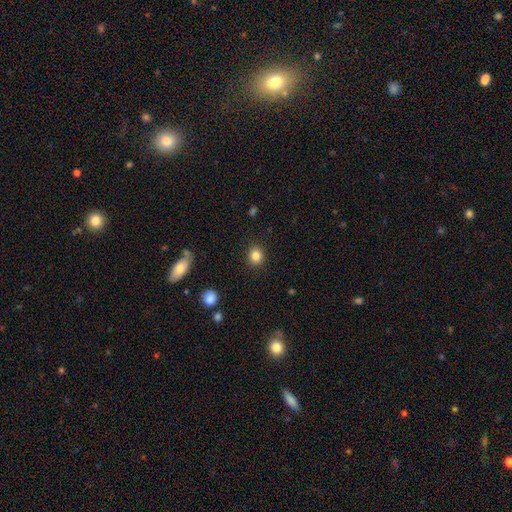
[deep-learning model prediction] Overall: smooth (85%). How rounded: round (76%). Merging: none (89%).